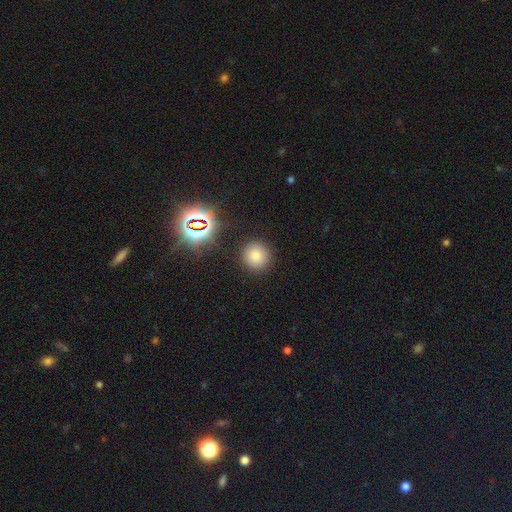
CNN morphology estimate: Overall: smooth (77%). How rounded: round (93%). Merging: none (89%).